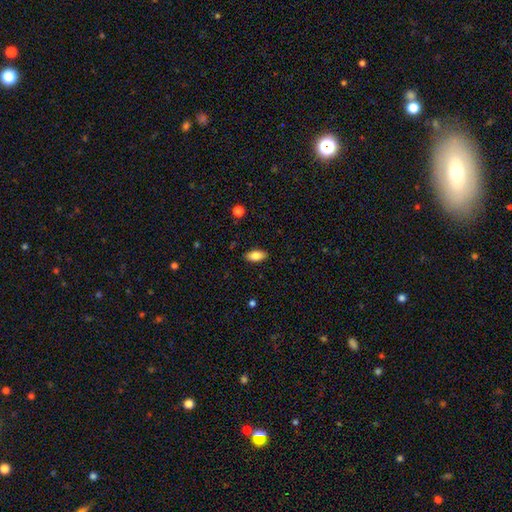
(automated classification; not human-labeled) Q: Smooth or featured?
A: smooth (82%); runner-up: featured or disk (11%)
Q: How rounded?
A: in between (91%); runner-up: cigar-shaped (6%)
Q: Merging?
A: none (88%); runner-up: minor disturbance (9%)